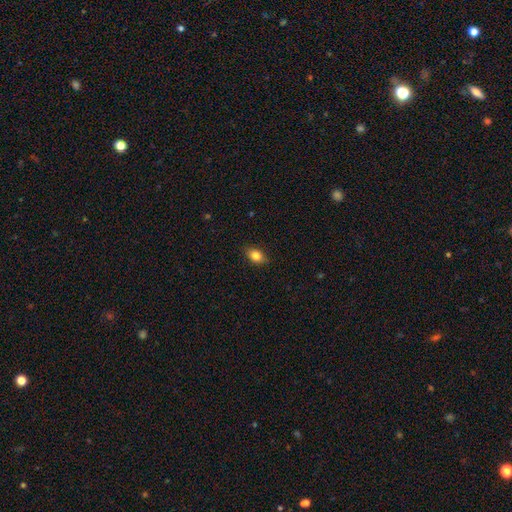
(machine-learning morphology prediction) smooth 84%, star or artifact 9%, featured or disk 7%. Down the decision tree: how rounded — in between (77%); merging — none (86%).